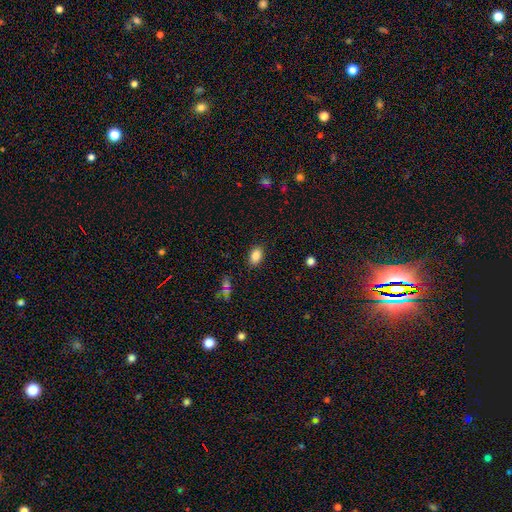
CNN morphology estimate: This is clearly a smooth galaxy (86%). How rounded: clearly in between (84%). Merging: clearly none (87%).